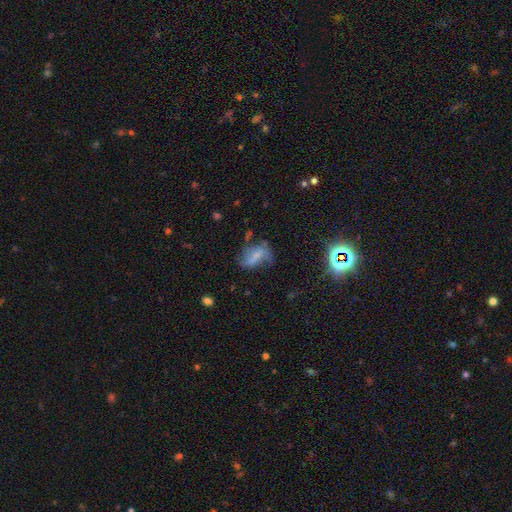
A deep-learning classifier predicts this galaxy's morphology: Q: Smooth or featured?
A: featured or disk (46%); runner-up: smooth (40%)
Q: Merging?
A: none (36%); runner-up: major disturbance (33%)